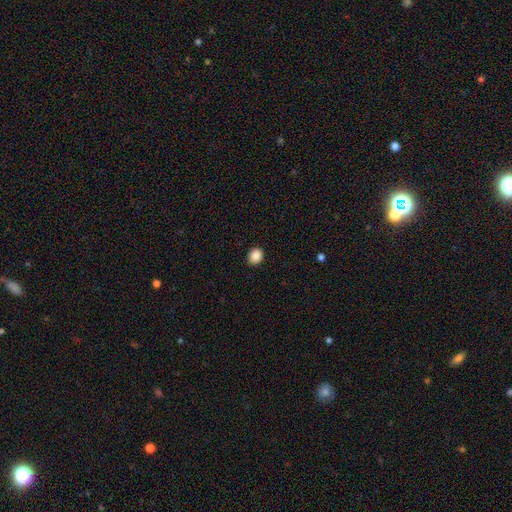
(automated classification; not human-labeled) Overall: smooth (89%). How rounded: round (67%; in between 32%). Merging: none (89%).